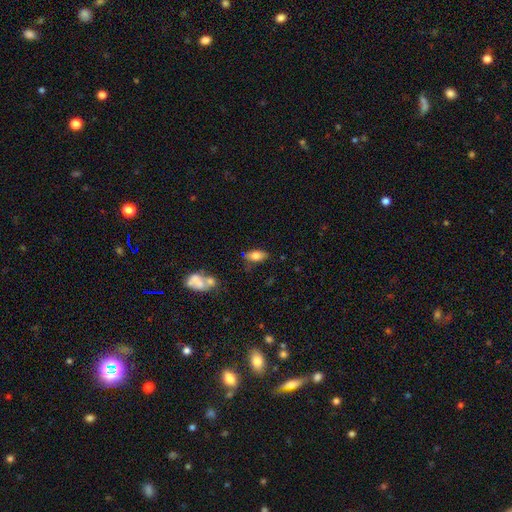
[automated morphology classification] The model was most divided on "merging": none: 67%, minor disturbance: 21%, merger: 6%, major disturbance: 6%. More confident: how rounded — in between (89%); smooth or featured — smooth (79%).